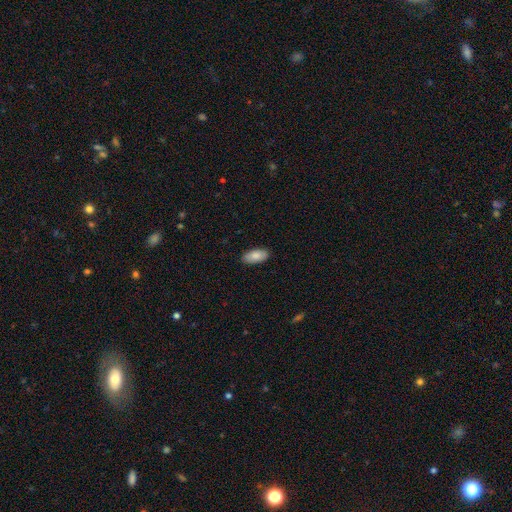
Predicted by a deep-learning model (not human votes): This appears to be a smooth galaxy with no disk features (86%) that is in between round and cigar-shaped (92%). Merging: none (88%).